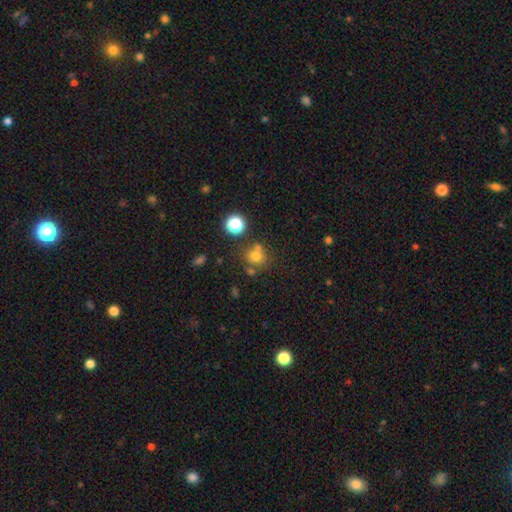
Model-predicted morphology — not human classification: This is likely a smooth galaxy (71%). How rounded: likely round (80%). Merging: likely none (60%).